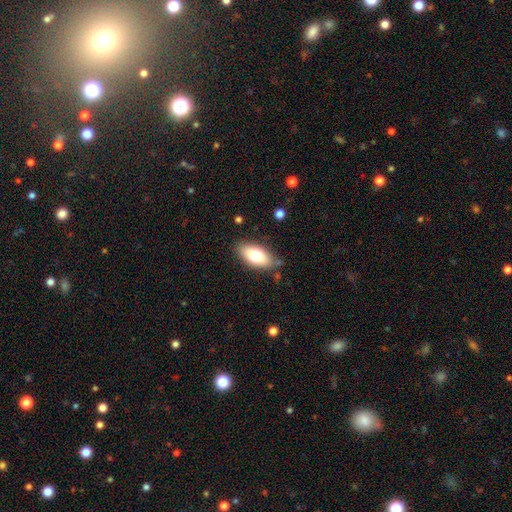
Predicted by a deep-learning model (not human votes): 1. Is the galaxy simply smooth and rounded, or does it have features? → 75% smooth, 18% featured or disk, 7% star or artifact.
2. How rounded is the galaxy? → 89% in between, 8% cigar-shaped, 3% round.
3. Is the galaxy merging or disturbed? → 79% none, 15% minor disturbance, 3% major disturbance, 2% merger.